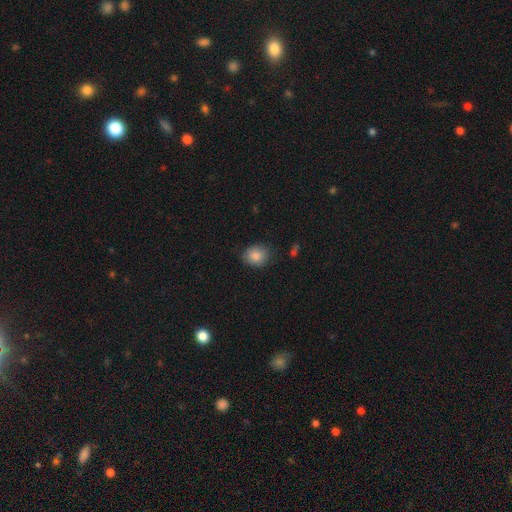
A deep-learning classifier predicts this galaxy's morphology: This appears to be a smooth galaxy with no disk features (86%) that is round (58%). Merging: none (80%).